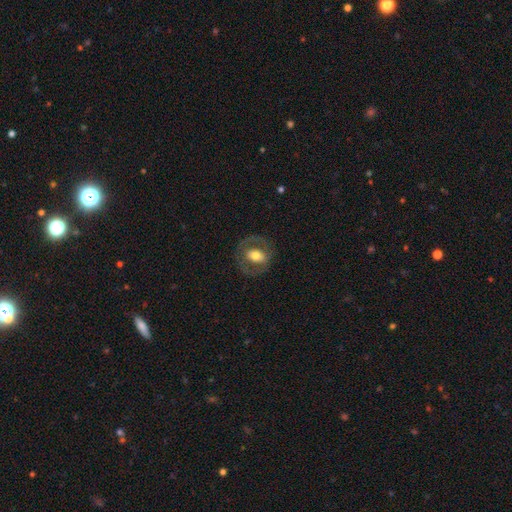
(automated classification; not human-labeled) Q: Smooth or featured?
A: featured or disk (53%); runner-up: smooth (41%)
Q: Edge-on disk?
A: no (94%); runner-up: yes (6%)
Q: Merging?
A: none (75%); runner-up: minor disturbance (13%)